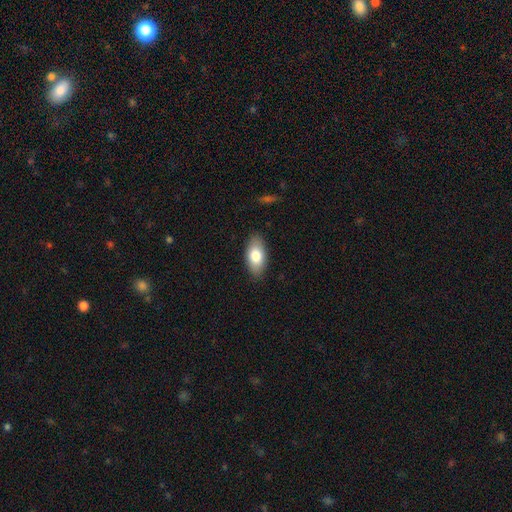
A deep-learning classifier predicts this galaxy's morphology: Smooth or featured: smooth — 78% (featured or disk — 16%)
How rounded: in between — 93% (cigar-shaped — 4%)
Merging: none — 87% (minor disturbance — 10%)